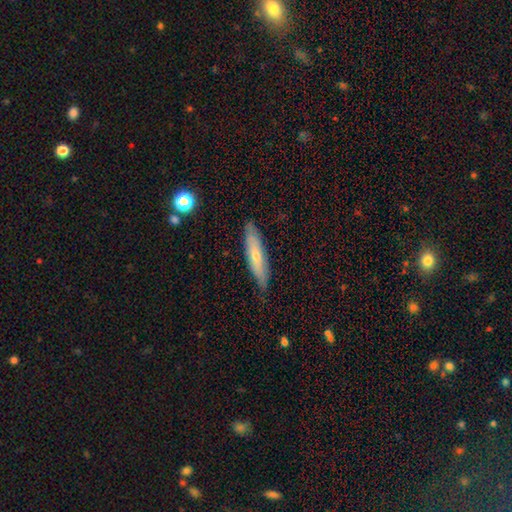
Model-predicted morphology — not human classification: smooth-or-featured: smooth: 53% | featured or disk: 41% | star or artifact: 6%
  how-rounded: cigar-shaped: 76% | in between: 22% | round: 2%
  merging: none: 81% | minor disturbance: 15% | major disturbance: 2% | merger: 1%